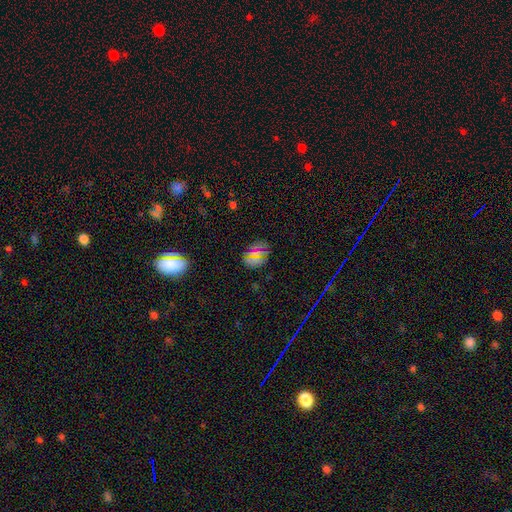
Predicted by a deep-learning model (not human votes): smooth_or_featured: smooth (p=0.66) [alt: star or artifact p=0.26]
how_rounded: in between (p=0.52) [alt: round p=0.44]
merging: none (p=0.82) [alt: minor disturbance p=0.12]